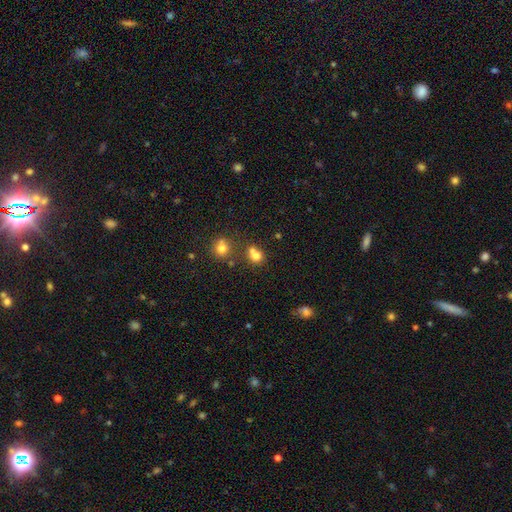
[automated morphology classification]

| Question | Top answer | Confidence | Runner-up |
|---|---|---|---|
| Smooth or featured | smooth | 75% | star or artifact (15%) |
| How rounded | round | 69% | in between (30%) |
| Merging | none | 42% | merger (40%) |